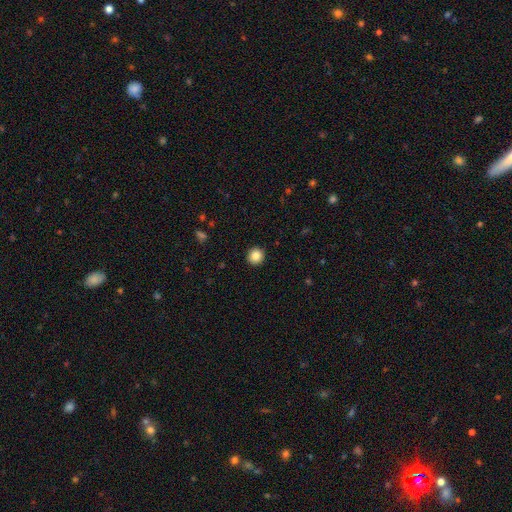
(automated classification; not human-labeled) smooth-or-featured: smooth: 86% | star or artifact: 9% | featured or disk: 5%
  how-rounded: round: 94% | in between: 5% | cigar-shaped: 1%
  merging: none: 94% | minor disturbance: 4% | major disturbance: 1% | merger: 1%